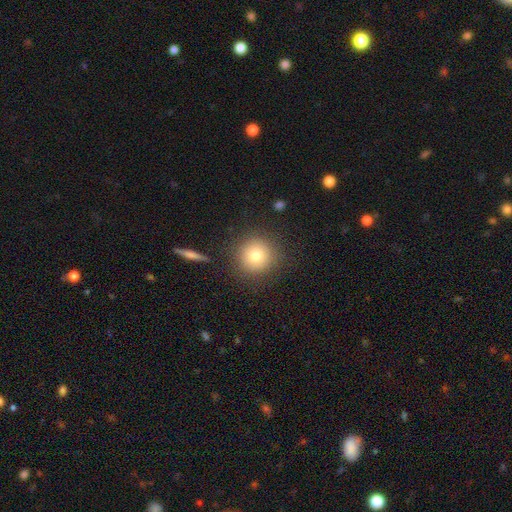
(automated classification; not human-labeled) Morphology: type=smooth (78%); roundness=round (94%); merging=none (86%).